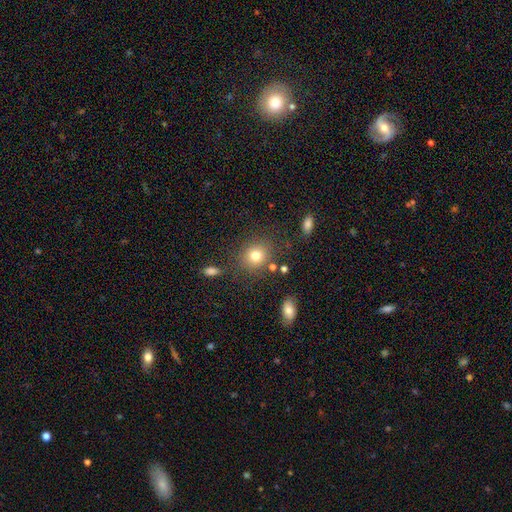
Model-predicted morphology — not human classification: Q: Smooth or featured?
A: smooth (78%); runner-up: star or artifact (13%)
Q: How rounded?
A: round (79%); runner-up: in between (20%)
Q: Merging?
A: none (79%); runner-up: minor disturbance (11%)